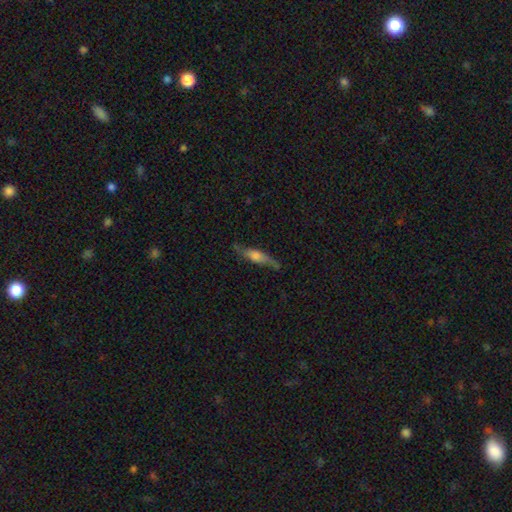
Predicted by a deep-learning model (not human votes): Q: Smooth or featured?
A: featured or disk (57%); runner-up: smooth (36%)
Q: Edge-on disk?
A: yes (75%); runner-up: no (25%)
Q: Merging?
A: none (72%); runner-up: minor disturbance (20%)